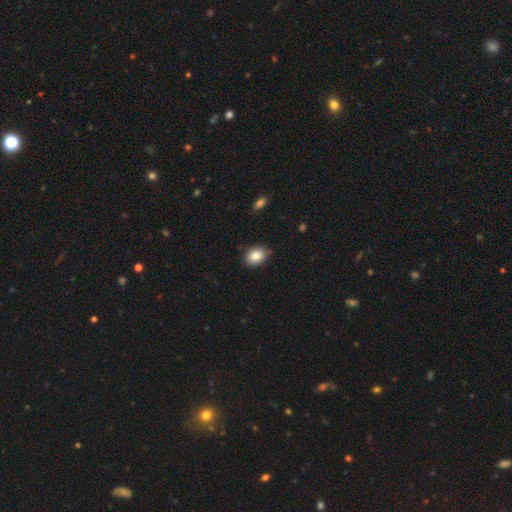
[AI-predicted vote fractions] Q: Smooth or featured?
A: smooth (85%); runner-up: star or artifact (8%)
Q: How rounded?
A: in between (67%); runner-up: round (32%)
Q: Merging?
A: none (85%); runner-up: minor disturbance (12%)